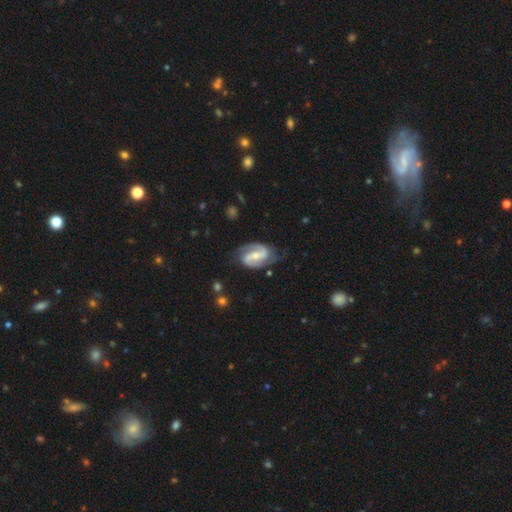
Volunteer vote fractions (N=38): A featured or disk galaxy (95%) with a weak bar (44%), 2 (97%) medium (61%) spiral arms (100%) and a small central bulge (53%). Merging: none (81%).